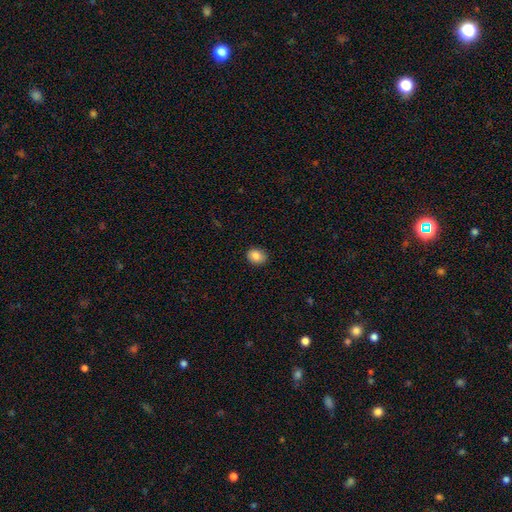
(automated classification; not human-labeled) This appears to be a smooth galaxy with no disk features (86%) that is round (51%). Merging: none (87%).